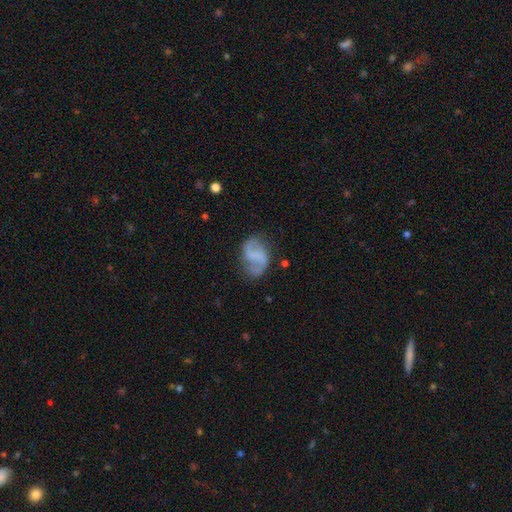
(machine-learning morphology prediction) Smooth or featured? featured or disk (73%)
Edge-on disk? no (98%)
Bar? weak (42%)
Spiral arms? yes (89%)
Spiral winding? loose (59%)
Spiral arm count? 2 (89%)
Bulge size? none (67%)
Merging? none (66%)